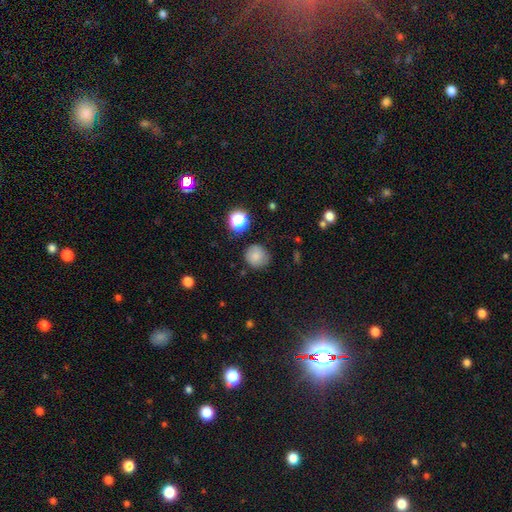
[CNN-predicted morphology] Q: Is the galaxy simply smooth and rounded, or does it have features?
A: smooth — 81%.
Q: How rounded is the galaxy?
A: round — 89%.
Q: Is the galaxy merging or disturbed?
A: none — 81%.